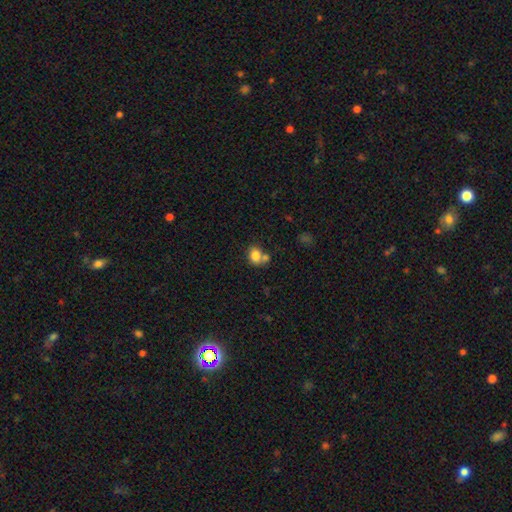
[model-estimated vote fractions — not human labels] Smooth or featured: smooth — 82% (star or artifact — 10%)
How rounded: round — 53% (in between — 46%)
Merging: none — 45% (merger — 36%)